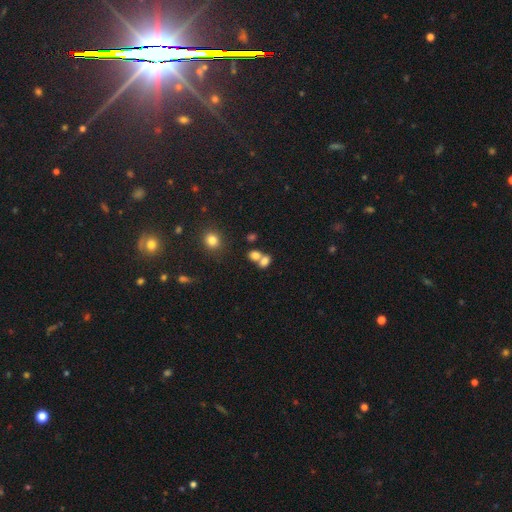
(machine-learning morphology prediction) A smooth galaxy with no disk features (76%) that is in between round and cigar-shaped (64%).

Vote fractions:
- Smooth or featured? smooth: 76% / star or artifact: 13% / featured or disk: 11%
- How rounded? in between: 64% / round: 34% / cigar-shaped: 2%
- Merging? merger: 56% / none: 32% / minor disturbance: 8% / major disturbance: 4%